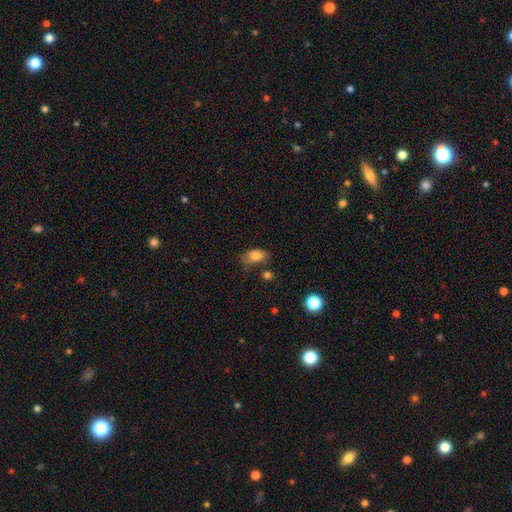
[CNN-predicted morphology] Smooth or featured: smooth — 80% (featured or disk — 11%)
How rounded: in between — 86% (round — 11%)
Merging: none — 53% (minor disturbance — 29%)